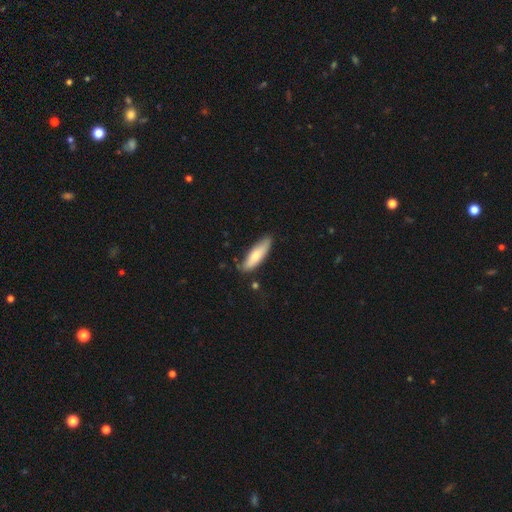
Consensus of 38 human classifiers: Smooth or featured?
  - smooth: 76% *
  - featured or disk: 24%
  - star or artifact: 0%
How rounded?
  - in between: 59% *
  - cigar-shaped: 41%
  - round: 0%
Merging?
  - none: 82% *
  - minor disturbance: 13%
  - major disturbance: 3%
  - merger: 3%